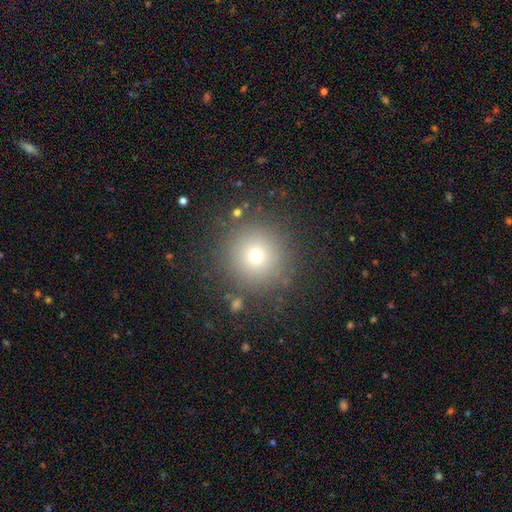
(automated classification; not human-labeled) This appears to be a smooth galaxy with no disk features (69%) that is round (95%). Merging: none (87%).